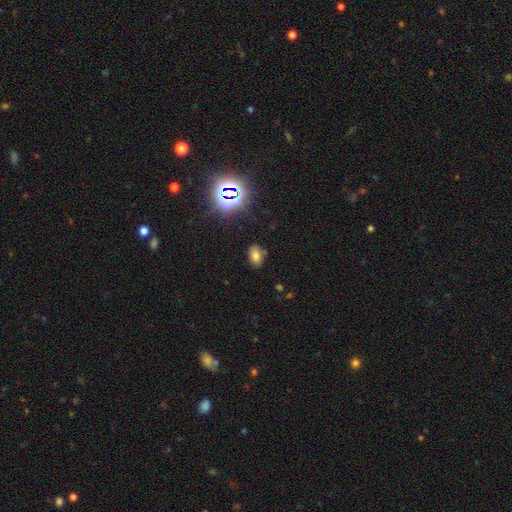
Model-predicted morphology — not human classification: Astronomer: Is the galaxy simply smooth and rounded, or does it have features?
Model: smooth — 69%.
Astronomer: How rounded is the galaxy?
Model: in between — 85%.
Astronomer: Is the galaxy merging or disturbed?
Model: none — 80%.